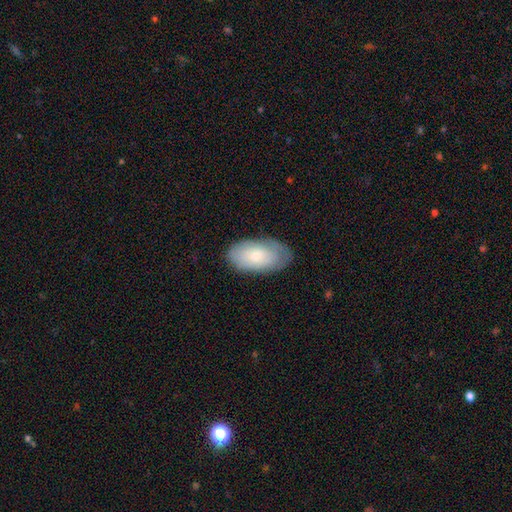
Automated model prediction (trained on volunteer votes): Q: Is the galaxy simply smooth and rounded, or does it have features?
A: smooth — 69%.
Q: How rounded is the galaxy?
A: in between — 94%.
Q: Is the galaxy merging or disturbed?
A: none — 79%.